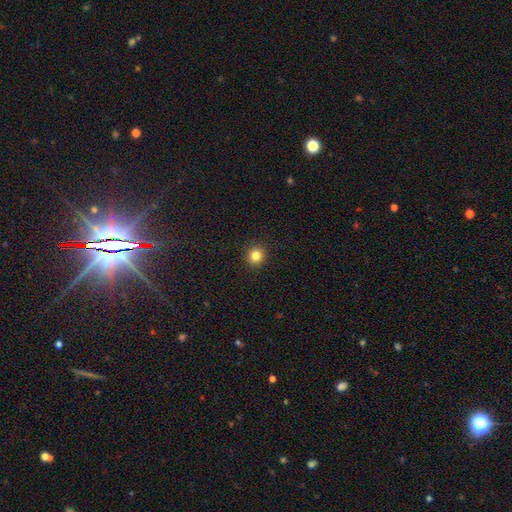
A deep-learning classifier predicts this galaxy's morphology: Smooth or featured?
  - smooth: 82% *
  - star or artifact: 12%
  - featured or disk: 5%
How rounded?
  - round: 90% *
  - in between: 9%
  - cigar-shaped: 1%
Merging?
  - none: 93% *
  - minor disturbance: 5%
  - major disturbance: 2%
  - merger: 1%